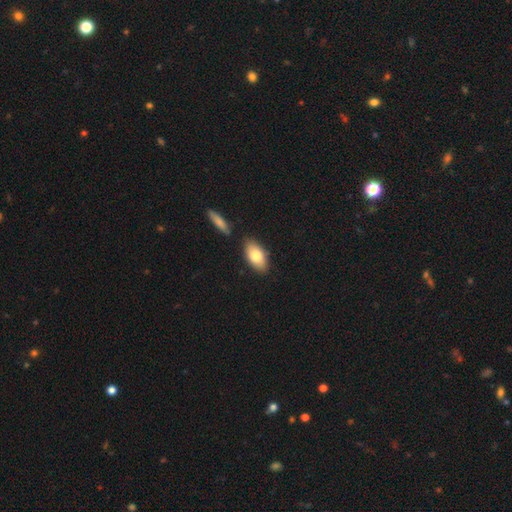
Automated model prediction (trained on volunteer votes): Smooth or featured?
  - smooth: 78% *
  - featured or disk: 16%
  - star or artifact: 6%
How rounded?
  - in between: 92% *
  - cigar-shaped: 4%
  - round: 4%
Merging?
  - none: 80% *
  - minor disturbance: 11%
  - merger: 6%
  - major disturbance: 2%